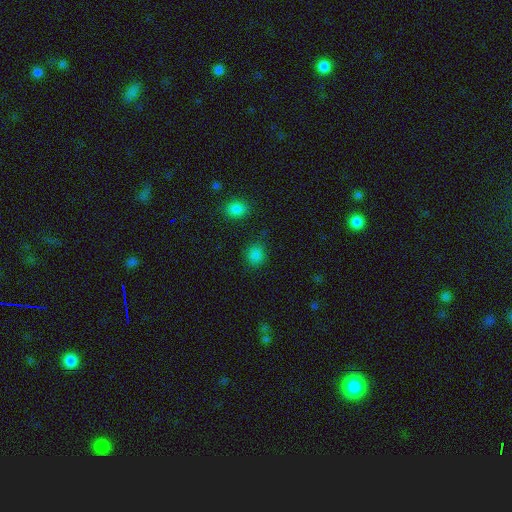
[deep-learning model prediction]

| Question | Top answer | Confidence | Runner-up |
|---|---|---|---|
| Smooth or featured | smooth | 81% | star or artifact (15%) |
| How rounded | round | 76% | in between (23%) |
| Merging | none | 82% | minor disturbance (11%) |